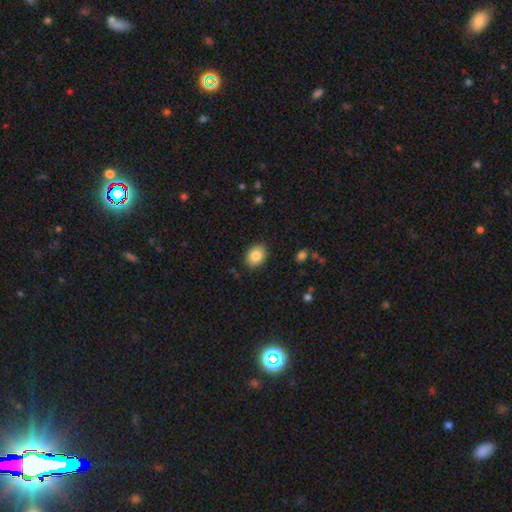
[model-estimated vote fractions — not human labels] Smooth or featured?
  - smooth: 86% *
  - star or artifact: 8%
  - featured or disk: 6%
How rounded?
  - in between: 70% *
  - round: 29%
  - cigar-shaped: 1%
Merging?
  - none: 87% *
  - minor disturbance: 9%
  - major disturbance: 2%
  - merger: 1%